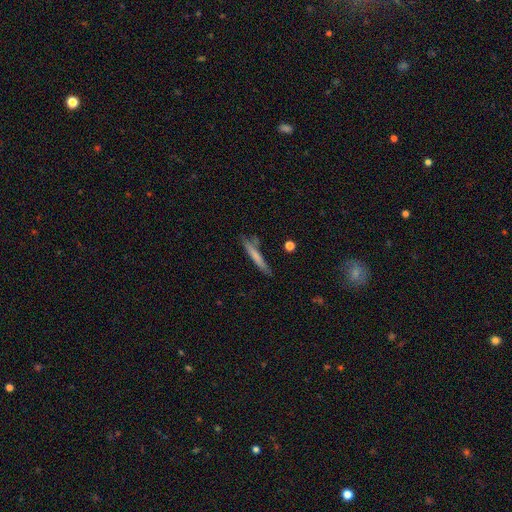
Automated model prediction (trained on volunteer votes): Q: Smooth or featured?
A: smooth (65%); runner-up: featured or disk (29%)
Q: How rounded?
A: cigar-shaped (95%); runner-up: in between (4%)
Q: Merging?
A: none (77%); runner-up: minor disturbance (15%)